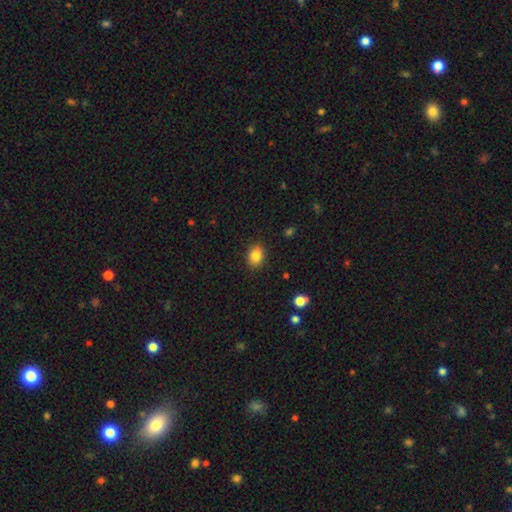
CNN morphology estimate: smooth-or-featured: smooth: 85% | star or artifact: 10% | featured or disk: 6%
  how-rounded: in between: 51% | round: 48% | cigar-shaped: 1%
  merging: none: 86% | minor disturbance: 11% | major disturbance: 2% | merger: 1%